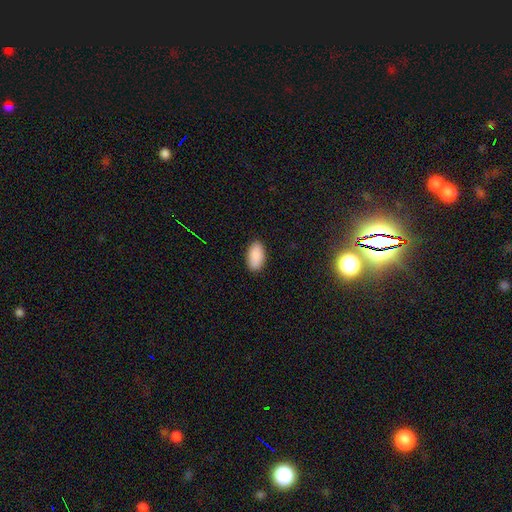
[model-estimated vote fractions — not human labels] A smooth galaxy with no disk features (90%) that is in between round and cigar-shaped (95%).

Vote fractions:
- Smooth or featured? smooth: 90% / star or artifact: 6% / featured or disk: 3%
- How rounded? in between: 95% / round: 3% / cigar-shaped: 3%
- Merging? none: 89% / minor disturbance: 8% / major disturbance: 2% / merger: 1%